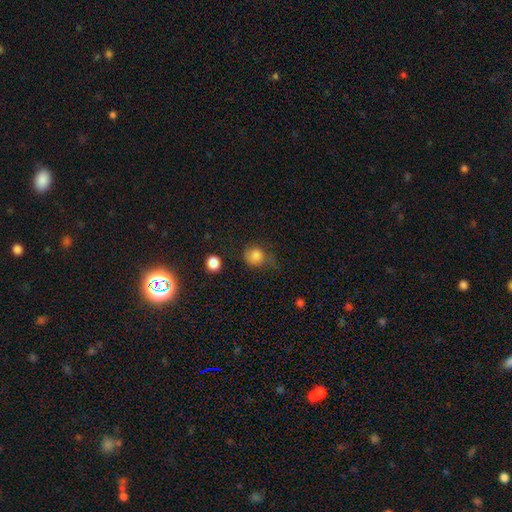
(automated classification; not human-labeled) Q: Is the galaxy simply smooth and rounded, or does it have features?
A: smooth — 84%.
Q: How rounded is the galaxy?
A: round — 82%.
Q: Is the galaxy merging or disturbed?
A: none — 55%.